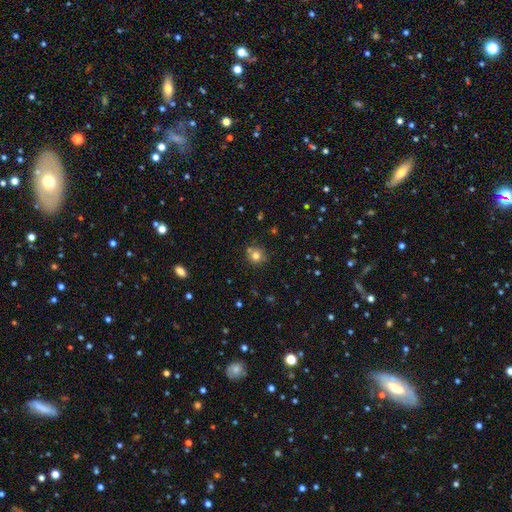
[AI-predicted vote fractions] This is likely a smooth galaxy (76%). How rounded: clearly round (91%). Merging: likely none (73%).